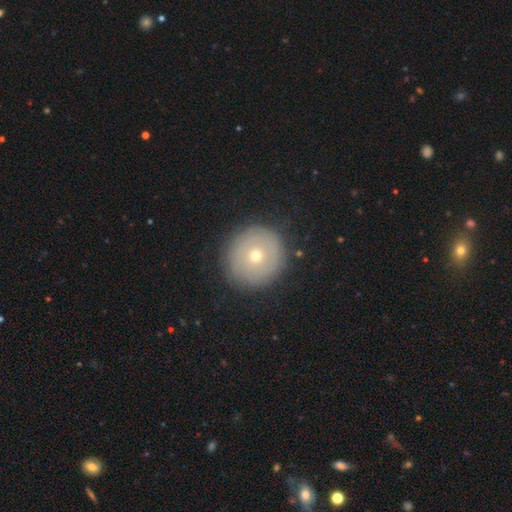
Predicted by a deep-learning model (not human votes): Q: Smooth or featured?
A: smooth (52%); runner-up: featured or disk (38%)
Q: How rounded?
A: round (92%); runner-up: in between (7%)
Q: Merging?
A: none (87%); runner-up: minor disturbance (9%)